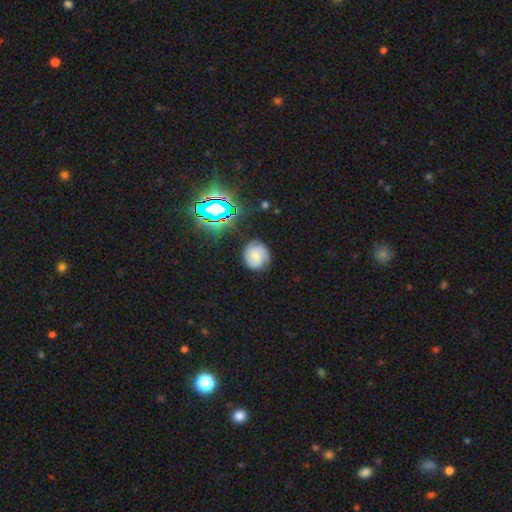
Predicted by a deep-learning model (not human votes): This appears to be a smooth galaxy with no disk features (50%). Merging: none (79%).